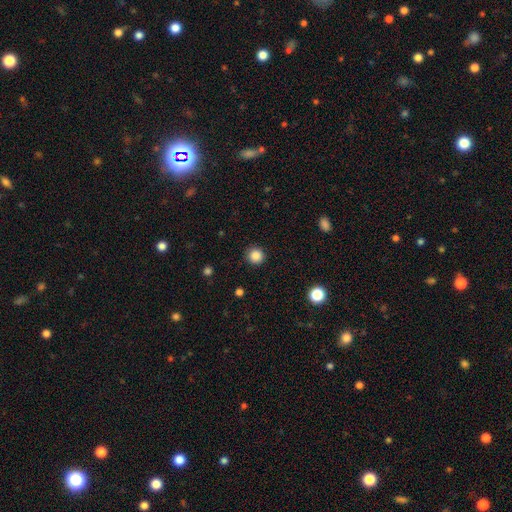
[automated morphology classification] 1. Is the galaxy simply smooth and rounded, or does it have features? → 86% smooth, 11% star or artifact, 3% featured or disk.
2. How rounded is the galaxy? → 94% round, 5% in between, 1% cigar-shaped.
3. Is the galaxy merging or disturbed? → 90% none, 7% minor disturbance, 2% major disturbance, 1% merger.